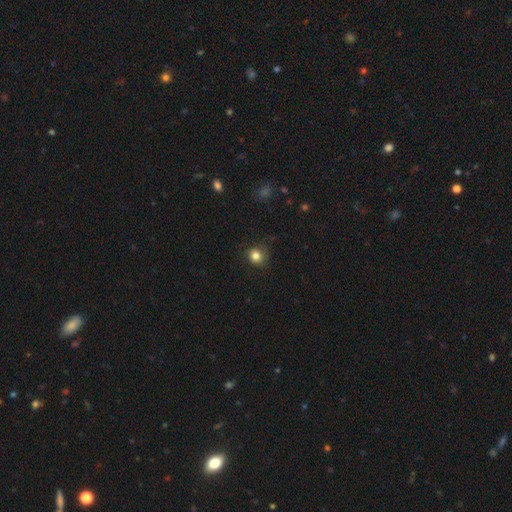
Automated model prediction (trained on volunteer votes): Smooth or featured?
  - smooth: 83% *
  - star or artifact: 12%
  - featured or disk: 5%
How rounded?
  - round: 86% *
  - in between: 13%
  - cigar-shaped: 1%
Merging?
  - none: 81% *
  - minor disturbance: 14%
  - major disturbance: 4%
  - merger: 1%